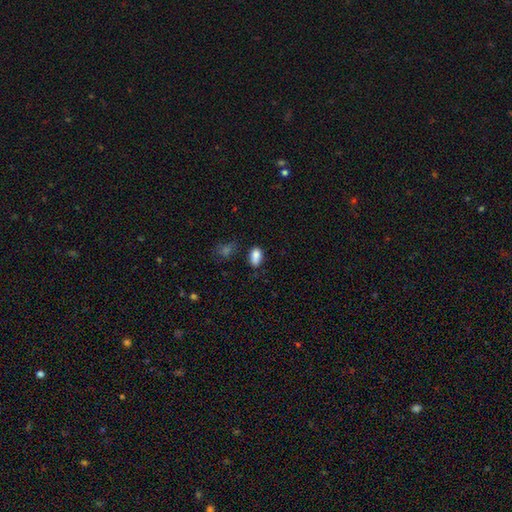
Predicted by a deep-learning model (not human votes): Overall: smooth (85%). How rounded: in between (89%). Merging: none (61%; minor disturbance 26%).